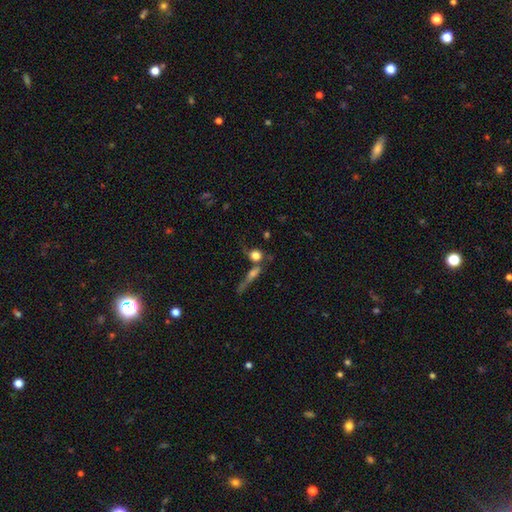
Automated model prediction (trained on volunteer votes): Smooth or featured? smooth (69%)
How rounded? round (72%)
Merging? merger (42%)